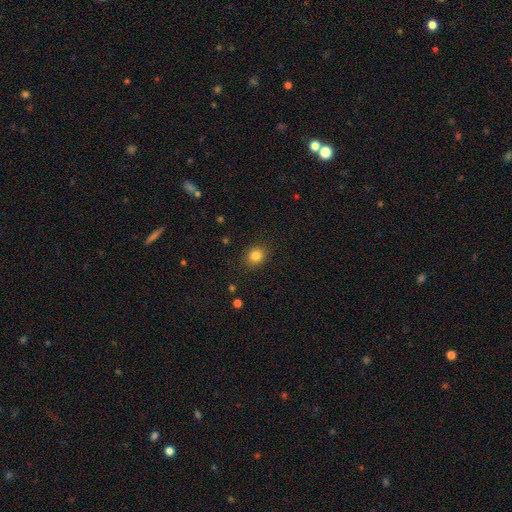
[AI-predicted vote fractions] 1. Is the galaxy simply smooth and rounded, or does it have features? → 84% smooth, 11% star or artifact, 5% featured or disk.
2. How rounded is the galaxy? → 68% round, 31% in between, 1% cigar-shaped.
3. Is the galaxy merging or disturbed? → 88% none, 8% minor disturbance, 3% major disturbance, 1% merger.